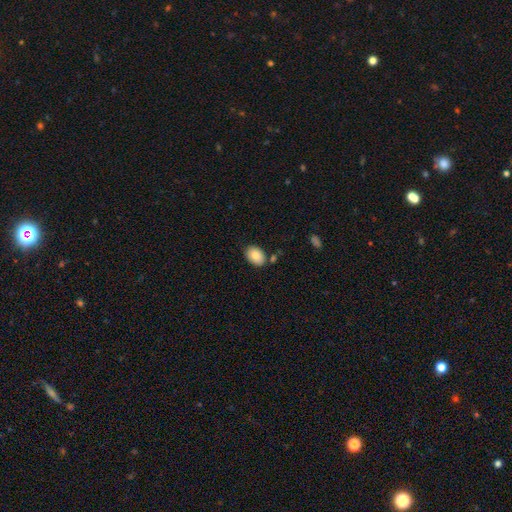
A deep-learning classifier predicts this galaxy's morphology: Smooth or featured? smooth (85%)
How rounded? in between (83%)
Merging? none (80%)